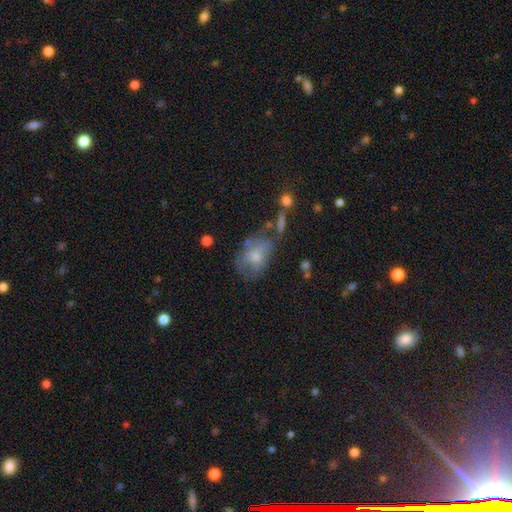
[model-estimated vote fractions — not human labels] Overall: smooth (58%; featured or disk 33%). How rounded: in between (80%). Merging: none (33%; minor disturbance 27%).